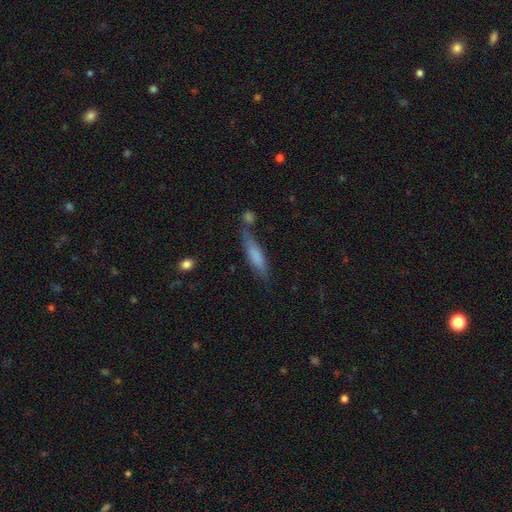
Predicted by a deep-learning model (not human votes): Morphology: type=smooth (69%); roundness=cigar-shaped (75%); merging=none (58%).